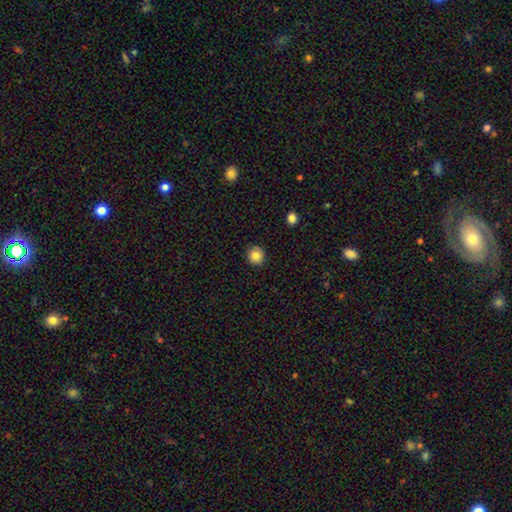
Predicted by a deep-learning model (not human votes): Smooth or featured?
  - smooth: 83% *
  - star or artifact: 10%
  - featured or disk: 7%
How rounded?
  - round: 90% *
  - in between: 9%
  - cigar-shaped: 1%
Merging?
  - none: 91% *
  - minor disturbance: 7%
  - major disturbance: 2%
  - merger: 1%